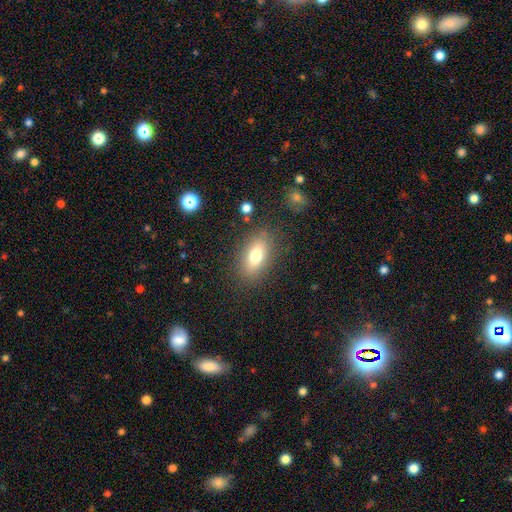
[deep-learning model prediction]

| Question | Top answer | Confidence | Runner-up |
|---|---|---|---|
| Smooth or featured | smooth | 74% | featured or disk (16%) |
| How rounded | in between | 83% | round (8%) |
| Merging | none | 82% | minor disturbance (11%) |